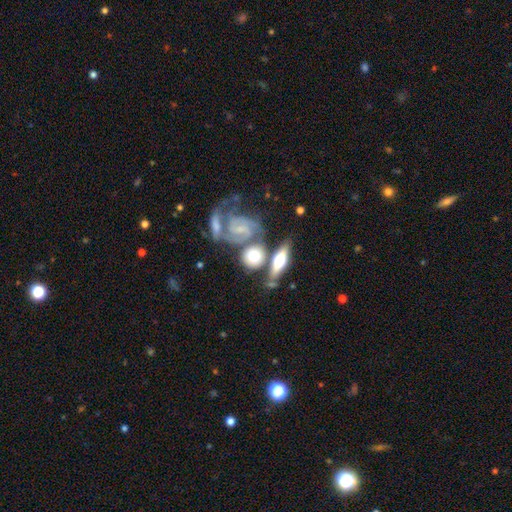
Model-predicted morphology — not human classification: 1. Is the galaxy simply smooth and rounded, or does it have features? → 65% featured or disk, 25% smooth, 9% star or artifact.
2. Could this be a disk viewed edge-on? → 68% no, 32% yes.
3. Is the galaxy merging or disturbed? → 45% none, 31% merger, 15% minor disturbance, 8% major disturbance.